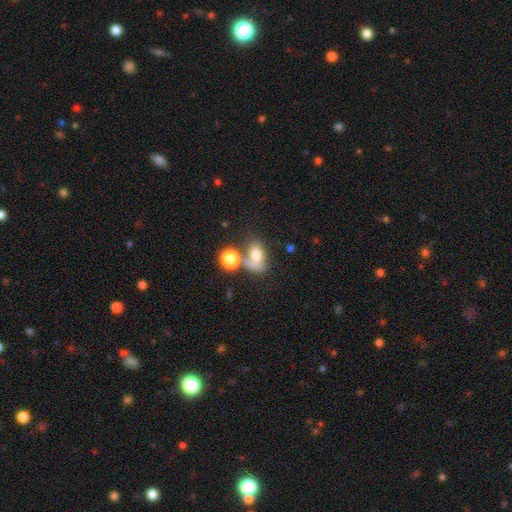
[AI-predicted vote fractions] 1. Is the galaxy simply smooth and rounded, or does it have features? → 69% smooth, 19% featured or disk, 12% star or artifact.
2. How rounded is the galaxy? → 75% in between, 23% round, 3% cigar-shaped.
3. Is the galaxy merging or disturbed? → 43% merger, 29% none, 15% major disturbance, 13% minor disturbance.